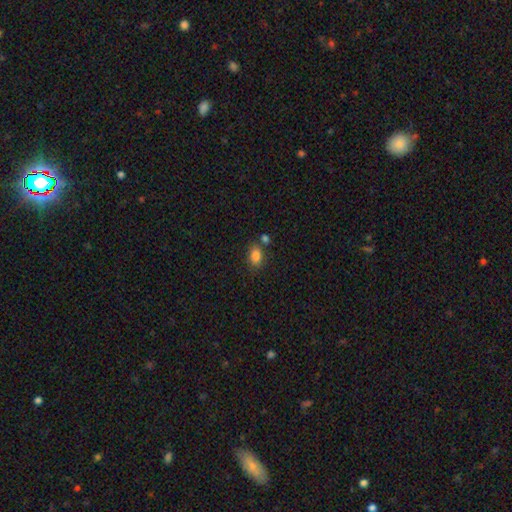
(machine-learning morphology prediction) type=smooth (85%); roundness=in between (81%); merging=none (70%).